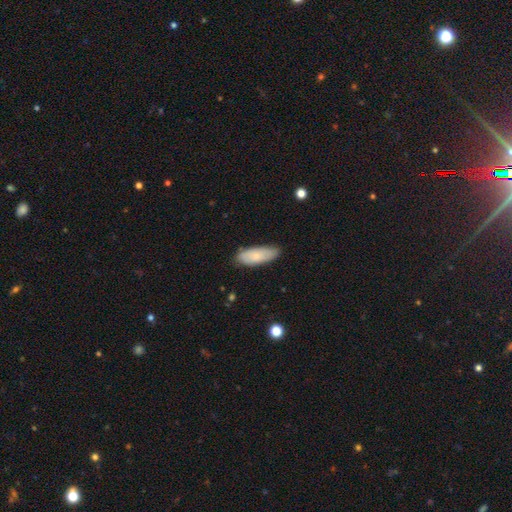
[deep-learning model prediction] Smooth or featured?
  - smooth: 74% *
  - featured or disk: 20%
  - star or artifact: 6%
How rounded?
  - in between: 73% *
  - cigar-shaped: 25%
  - round: 2%
Merging?
  - none: 79% *
  - minor disturbance: 17%
  - major disturbance: 3%
  - merger: 1%